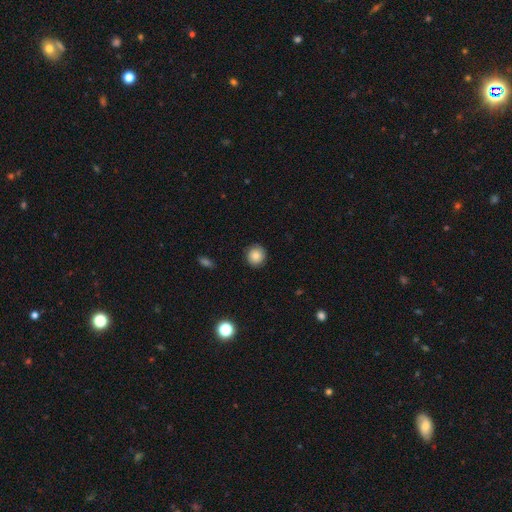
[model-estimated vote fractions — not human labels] Q: Smooth or featured?
A: smooth (82%); runner-up: star or artifact (9%)
Q: How rounded?
A: round (91%); runner-up: in between (8%)
Q: Merging?
A: none (89%); runner-up: minor disturbance (8%)